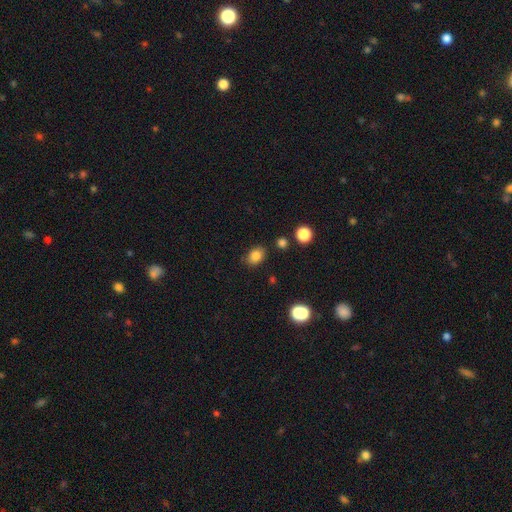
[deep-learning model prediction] Smooth or featured? smooth (83%)
How rounded? in between (70%)
Merging? none (82%)